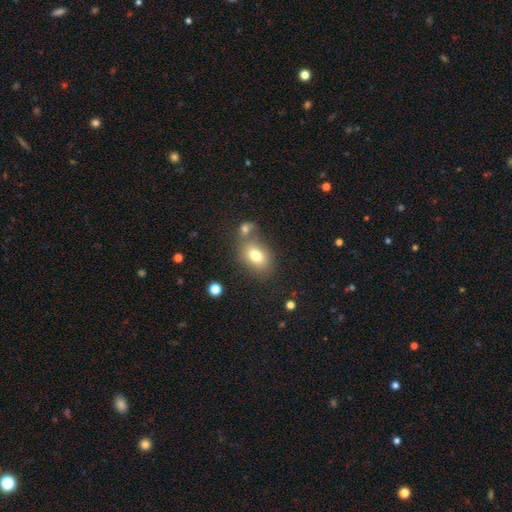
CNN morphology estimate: A smooth galaxy with no disk features (76%) that is in between round and cigar-shaped (78%). Merging: none (51%).